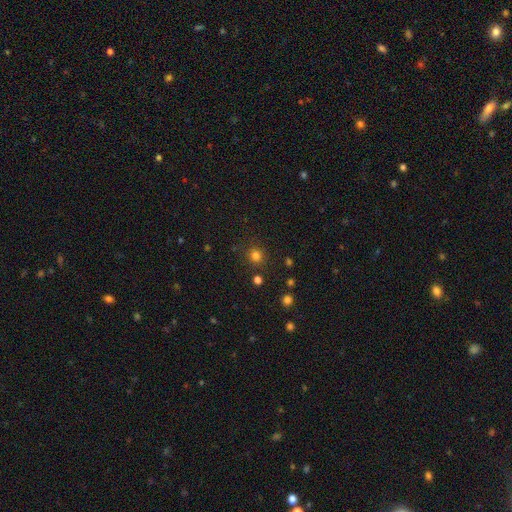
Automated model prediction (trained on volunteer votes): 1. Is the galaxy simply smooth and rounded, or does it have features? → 79% smooth, 17% star or artifact, 5% featured or disk.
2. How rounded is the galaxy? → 88% round, 11% in between, 1% cigar-shaped.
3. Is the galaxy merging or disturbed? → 86% none, 8% minor disturbance, 3% major disturbance, 3% merger.